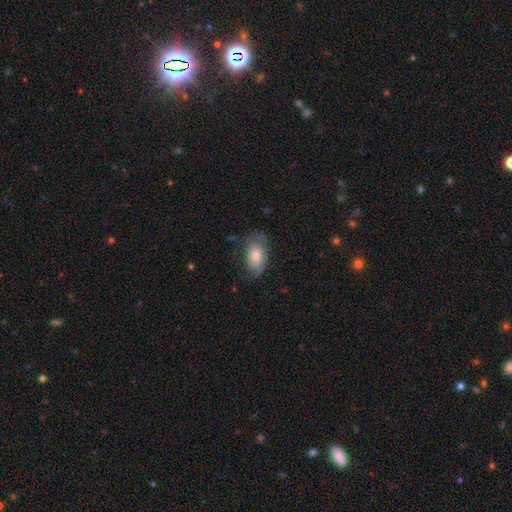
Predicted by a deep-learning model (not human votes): The model was most divided on "smooth or featured": smooth: 62%, featured or disk: 31%, star or artifact: 7%. More confident: how rounded — in between (90%); merging — none (61%).